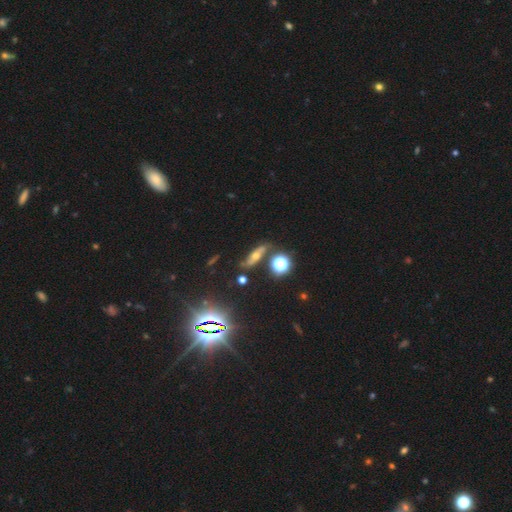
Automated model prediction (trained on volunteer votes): A featured or disk galaxy (46%).

Vote fractions:
- Smooth or featured? featured or disk: 46% / smooth: 33% / star or artifact: 22%
- Merging? none: 68% / minor disturbance: 18% / major disturbance: 7% / merger: 7%